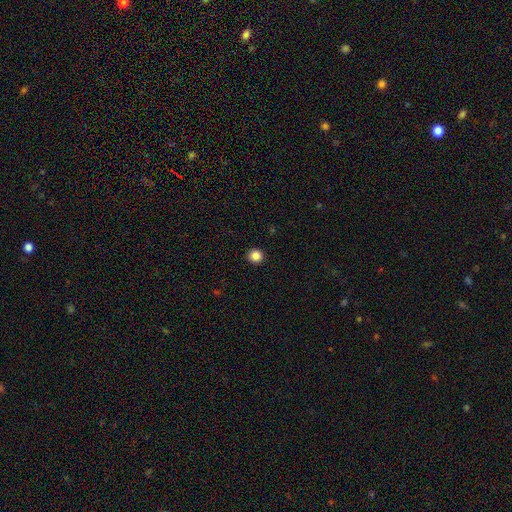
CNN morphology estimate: This appears to be a smooth galaxy with no disk features (86%) that is round (94%). Merging: none (93%).